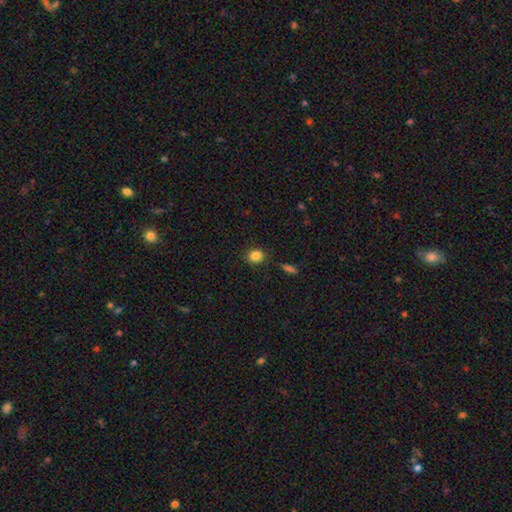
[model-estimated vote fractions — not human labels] This appears to be a smooth galaxy with no disk features (84%) that is round (72%). Merging: none (86%).